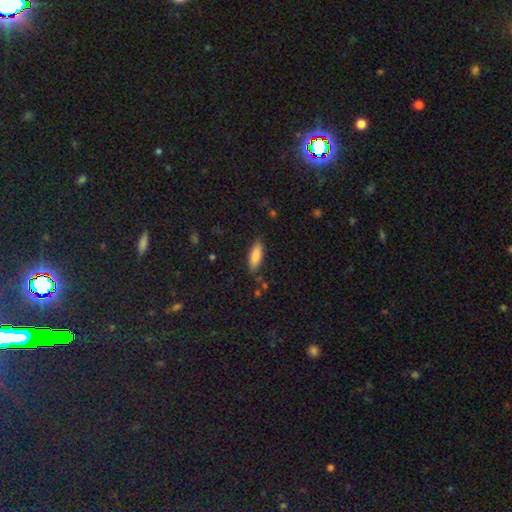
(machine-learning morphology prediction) Q: Smooth or featured?
A: smooth (83%); runner-up: featured or disk (11%)
Q: How rounded?
A: in between (63%); runner-up: cigar-shaped (35%)
Q: Merging?
A: none (83%); runner-up: minor disturbance (13%)